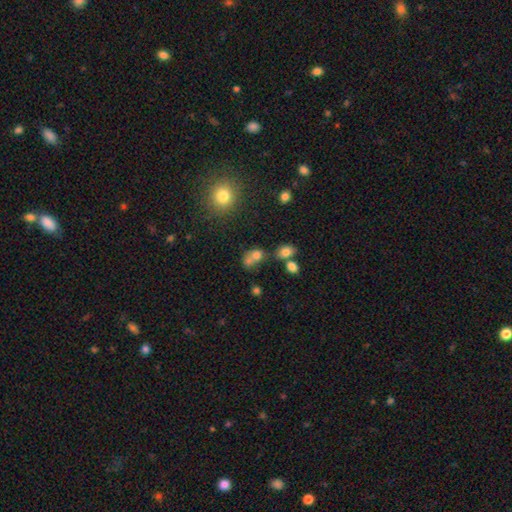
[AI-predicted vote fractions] Smooth or featured? Predicted: smooth (p=0.70). How rounded? Predicted: in between (p=0.51). Merging? Predicted: merger (p=0.49).